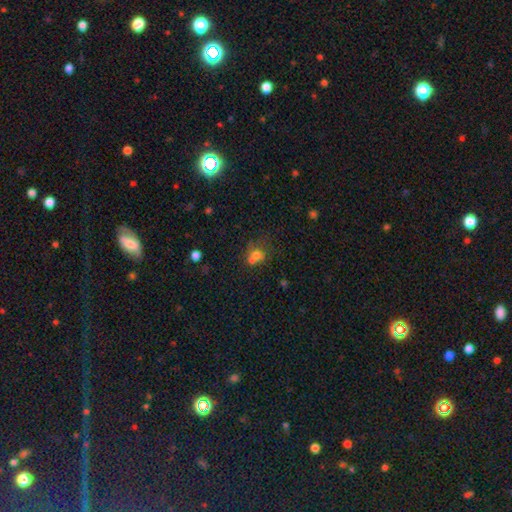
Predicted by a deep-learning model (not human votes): Smooth or featured? smooth (67%)
How rounded? round (71%)
Merging? merger (51%)